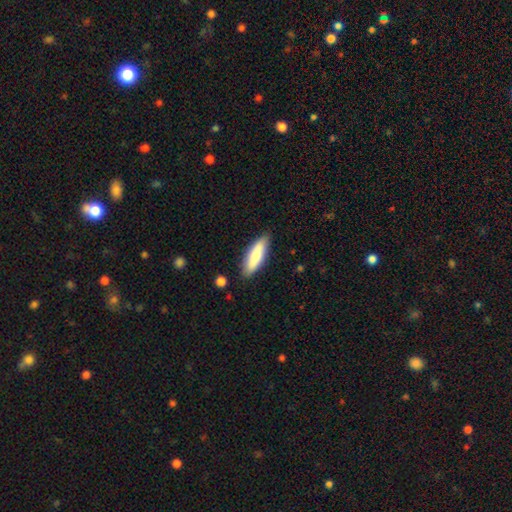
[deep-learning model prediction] Smooth or featured?
  - smooth: 77% *
  - featured or disk: 17%
  - star or artifact: 5%
How rounded?
  - cigar-shaped: 53% *
  - in between: 45%
  - round: 2%
Merging?
  - none: 83% *
  - minor disturbance: 13%
  - major disturbance: 2%
  - merger: 2%